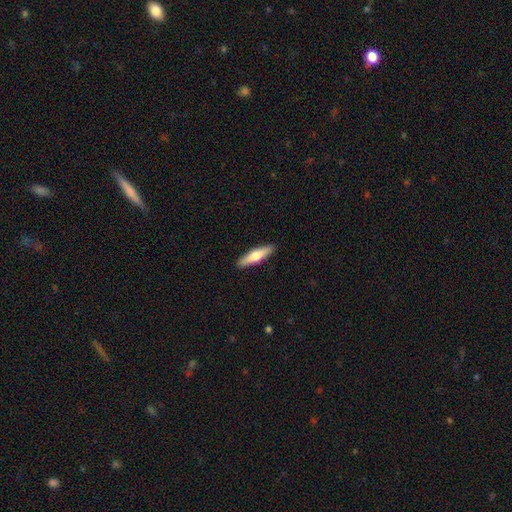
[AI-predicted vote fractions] smooth-or-featured: smooth: 60% | featured or disk: 35% | star or artifact: 5%
  how-rounded: cigar-shaped: 76% | in between: 22% | round: 2%
  merging: none: 91% | minor disturbance: 7% | major disturbance: 1% | merger: 1%